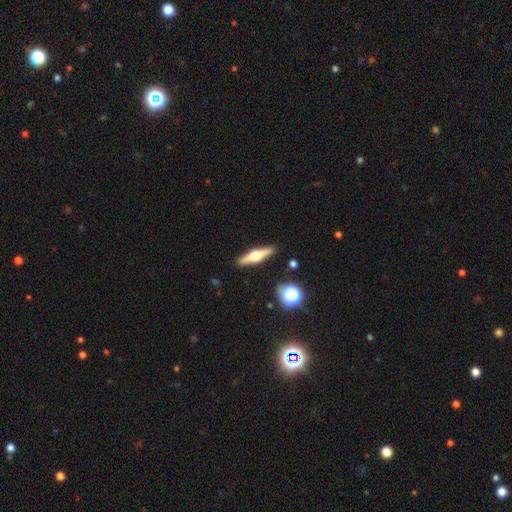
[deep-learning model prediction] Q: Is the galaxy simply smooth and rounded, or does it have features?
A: featured or disk — 66%.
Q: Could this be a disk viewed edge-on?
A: yes — 96%.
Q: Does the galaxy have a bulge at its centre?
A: rounded — 95%.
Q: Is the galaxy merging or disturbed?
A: none — 90%.